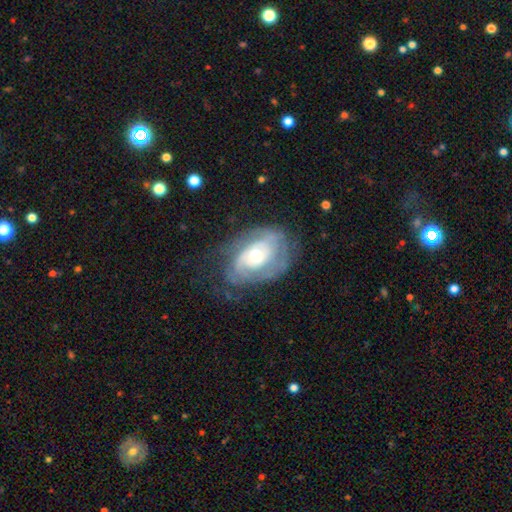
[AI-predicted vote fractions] smooth-or-featured: featured or disk: 78% | smooth: 16% | star or artifact: 6%
  disk-edge-on: no: 96% | yes: 4%
    bar: no: 73% | weak: 22% | strong: 5%
    has-spiral-arms: yes: 86% | no: 14%
      spiral-winding: tight: 62% | medium: 28% | loose: 10%
      spiral-arm-count: can't tell: 43% | 2: 32% | 3: 11% | 1: 6% | 4: 4% | more than 4: 3%
    bulge-size: moderate: 62% | small: 27% | large: 9% | none: 1% | dominant: 1%
  merging: none: 62% | minor disturbance: 23% | major disturbance: 14% | merger: 1%